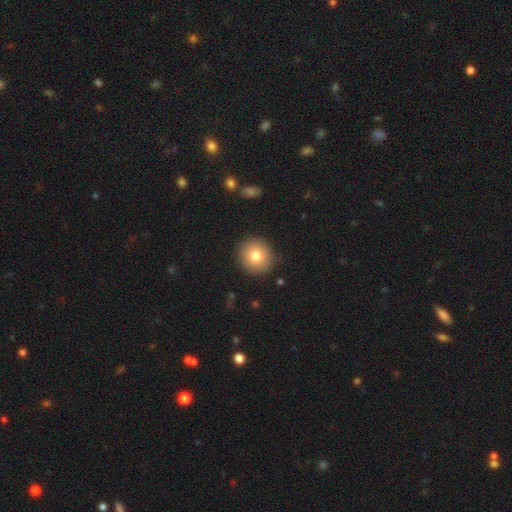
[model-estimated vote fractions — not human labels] Smooth or featured? smooth (79%)
How rounded? round (90%)
Merging? none (89%)